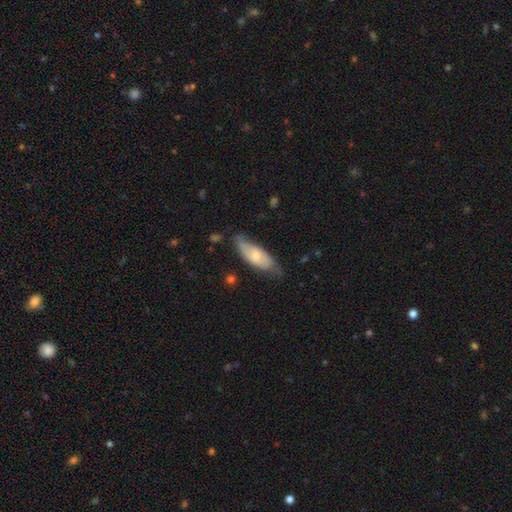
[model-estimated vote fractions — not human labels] This appears to be a smooth galaxy with no disk features (49%). Merging: none (57%).